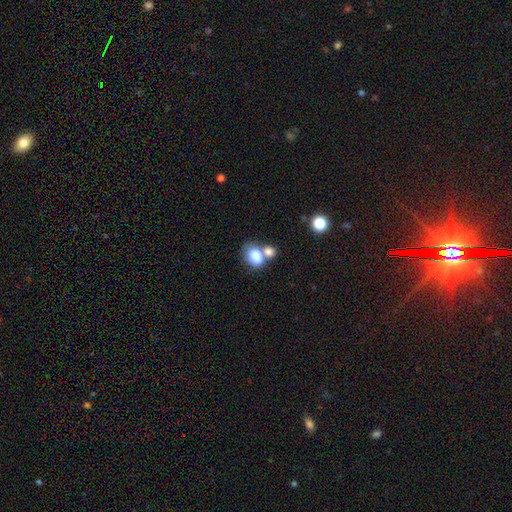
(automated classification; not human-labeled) smooth-or-featured: smooth: 80% | featured or disk: 11% | star or artifact: 8%
  how-rounded: in between: 69% | round: 30% | cigar-shaped: 1%
  merging: merger: 53% | none: 32% | minor disturbance: 10% | major disturbance: 5%